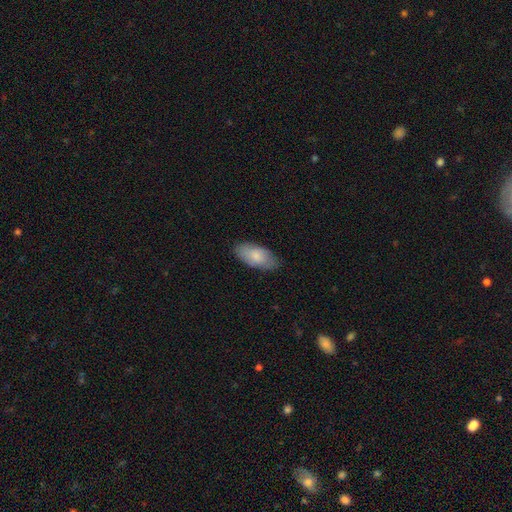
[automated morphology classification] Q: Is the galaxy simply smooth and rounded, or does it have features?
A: smooth — 80%.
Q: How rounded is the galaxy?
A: in between — 92%.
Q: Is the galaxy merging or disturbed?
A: none — 80%.